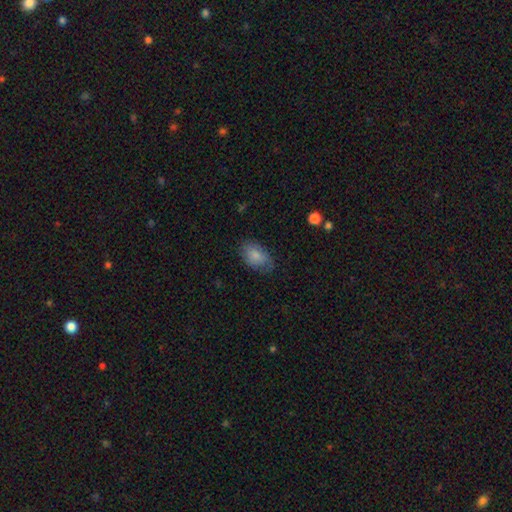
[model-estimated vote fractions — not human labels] A smooth galaxy with no disk features (79%) that is in between round and cigar-shaped (90%). Merging: none (66%).